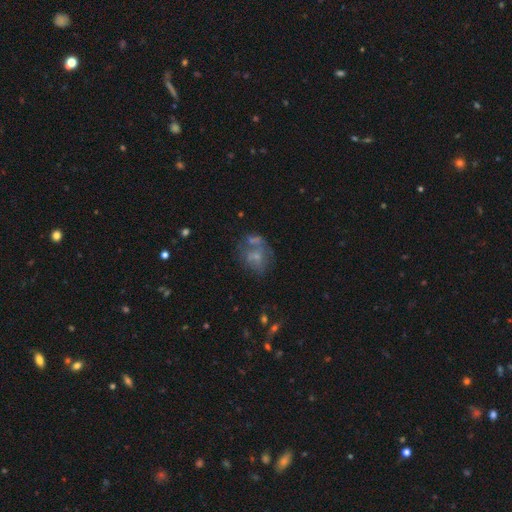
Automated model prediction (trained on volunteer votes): smooth_or_featured: featured or disk (p=0.47) [alt: smooth p=0.40]
merging: none (p=0.35) [alt: merger p=0.25]